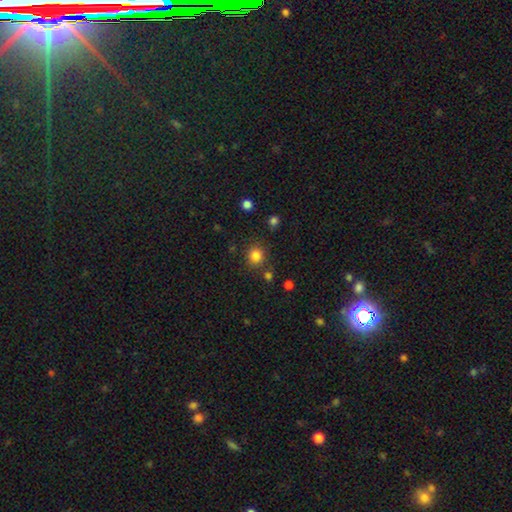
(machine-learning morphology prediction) Smooth or featured?
  - smooth: 83% *
  - star or artifact: 12%
  - featured or disk: 5%
How rounded?
  - round: 89% *
  - in between: 11%
  - cigar-shaped: 1%
Merging?
  - none: 82% *
  - minor disturbance: 9%
  - merger: 6%
  - major disturbance: 3%